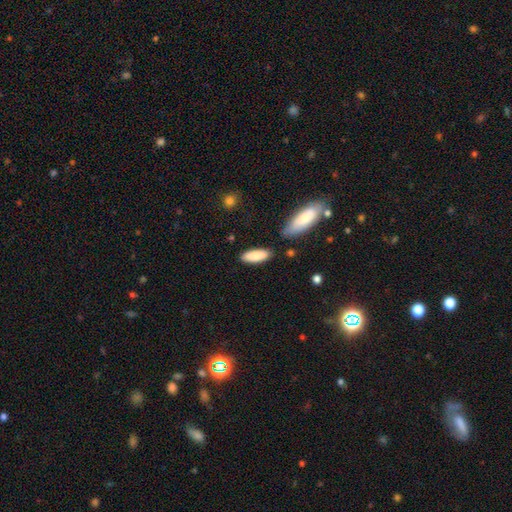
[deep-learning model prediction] Q: Smooth or featured?
A: smooth (86%); runner-up: featured or disk (8%)
Q: How rounded?
A: in between (63%); runner-up: cigar-shaped (36%)
Q: Merging?
A: none (80%); runner-up: minor disturbance (12%)